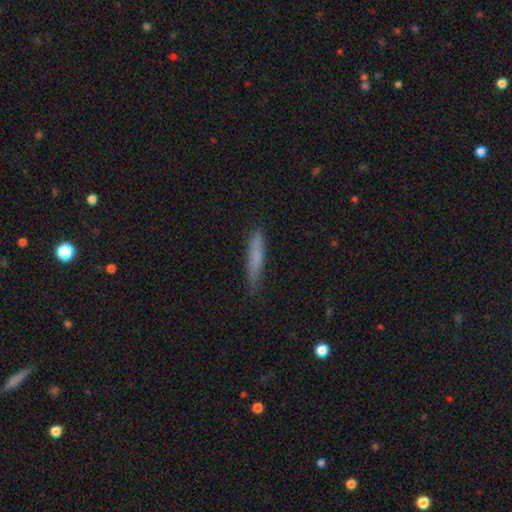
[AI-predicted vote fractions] The model was most divided on "smooth or featured": smooth: 73%, featured or disk: 20%, star or artifact: 7%. More confident: how rounded — cigar-shaped (91%); merging — none (76%).